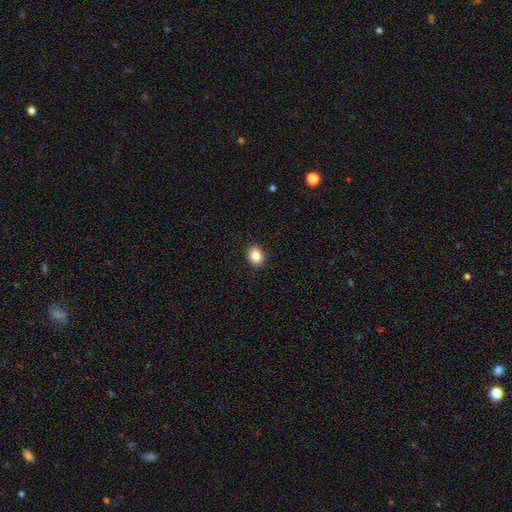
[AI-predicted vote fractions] The model was most divided on "how rounded": round: 54%, in between: 45%, cigar-shaped: 1%. More confident: merging — none (91%); smooth or featured — smooth (86%).